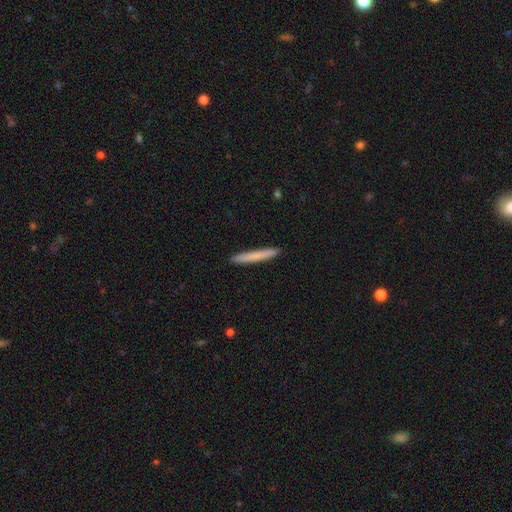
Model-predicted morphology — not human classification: A smooth galaxy with no disk features (73%) that is cigar-shaped (97%). Merging: none (92%).